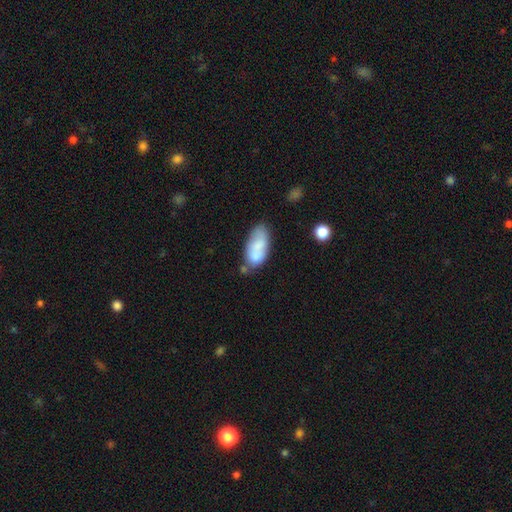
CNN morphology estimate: A smooth galaxy with no disk features (70%) that is in between round and cigar-shaped (91%). Merging: none (44%).